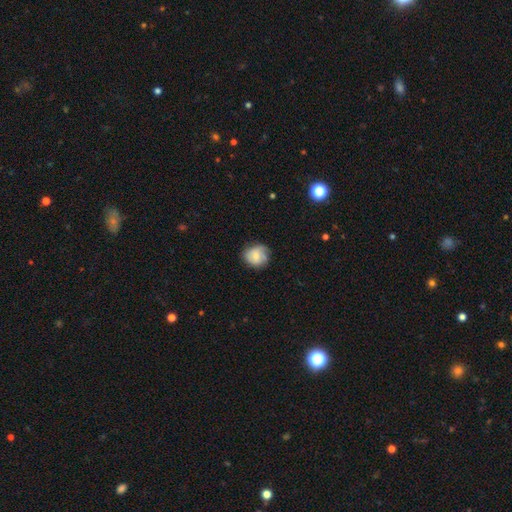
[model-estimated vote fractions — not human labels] The model was most divided on "smooth or featured": smooth: 66%, featured or disk: 26%, star or artifact: 8%. More confident: how rounded — round (79%); merging — none (67%).